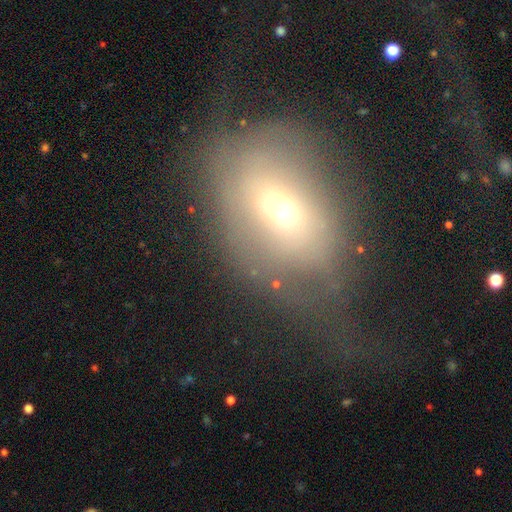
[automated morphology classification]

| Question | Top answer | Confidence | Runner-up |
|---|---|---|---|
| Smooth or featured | smooth | 55% | featured or disk (30%) |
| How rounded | in between | 61% | round (36%) |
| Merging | major disturbance | 45% | none (29%) |